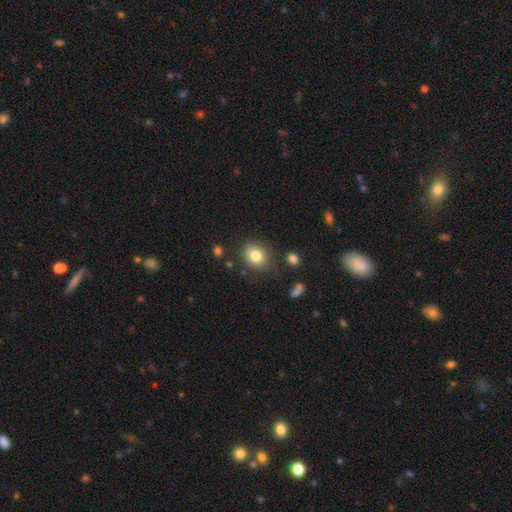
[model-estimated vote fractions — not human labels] Overall: smooth (81%). How rounded: round (65%; in between 34%). Merging: none (81%).